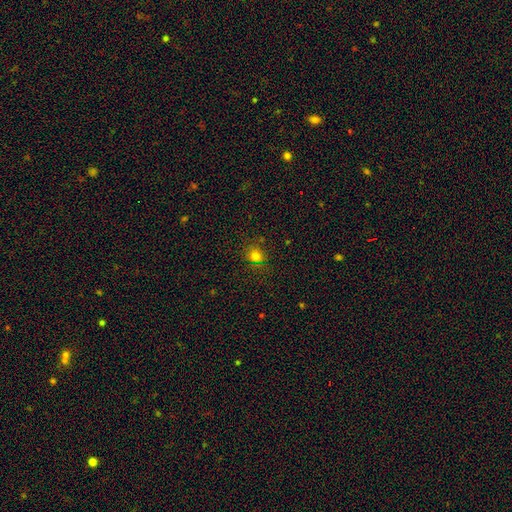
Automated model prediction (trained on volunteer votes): smooth_or_featured: smooth (p=0.74) [alt: star or artifact p=0.19]
how_rounded: round (p=0.80) [alt: in between p=0.19]
merging: none (p=0.82) [alt: minor disturbance p=0.12]